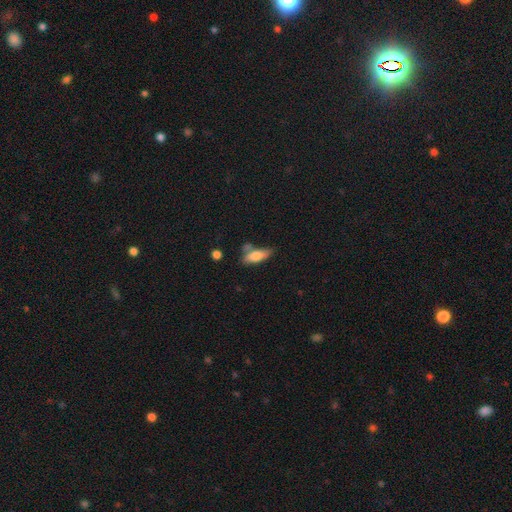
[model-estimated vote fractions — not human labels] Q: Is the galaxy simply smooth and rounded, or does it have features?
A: smooth — 77%.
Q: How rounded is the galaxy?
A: in between — 68%.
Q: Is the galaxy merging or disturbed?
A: none — 49%.